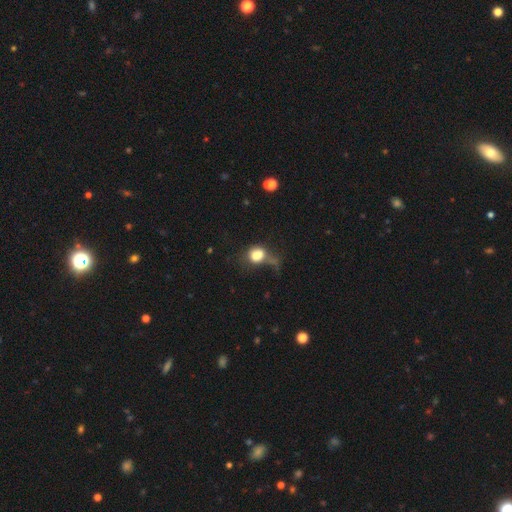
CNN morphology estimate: A smooth galaxy with no disk features (74%) that is round (56%).

Vote fractions:
- Smooth or featured? smooth: 74% / featured or disk: 14% / star or artifact: 12%
- How rounded? round: 56% / in between: 43% / cigar-shaped: 1%
- Merging? major disturbance: 36% / none: 26% / minor disturbance: 23% / merger: 15%